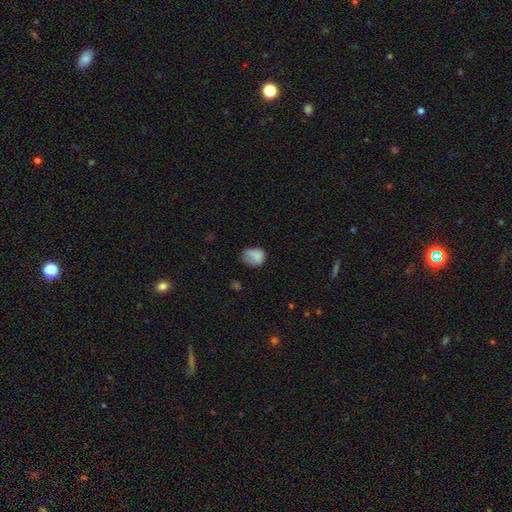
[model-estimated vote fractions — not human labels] A smooth galaxy with no disk features (80%) that is in between round and cigar-shaped (51%).

Vote fractions:
- Smooth or featured? smooth: 80% / star or artifact: 10% / featured or disk: 10%
- How rounded? in between: 51% / round: 48% / cigar-shaped: 1%
- Merging? none: 45% / minor disturbance: 36% / major disturbance: 17% / merger: 2%